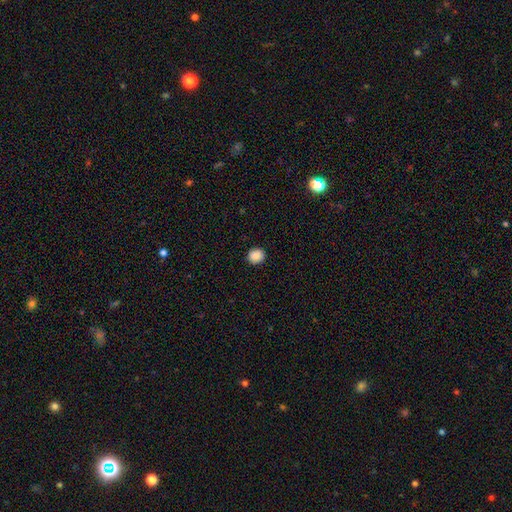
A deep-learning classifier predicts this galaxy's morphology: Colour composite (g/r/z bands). It shows a smooth galaxy with no disk features (88%) that is round (82%). Merging: none (91%).